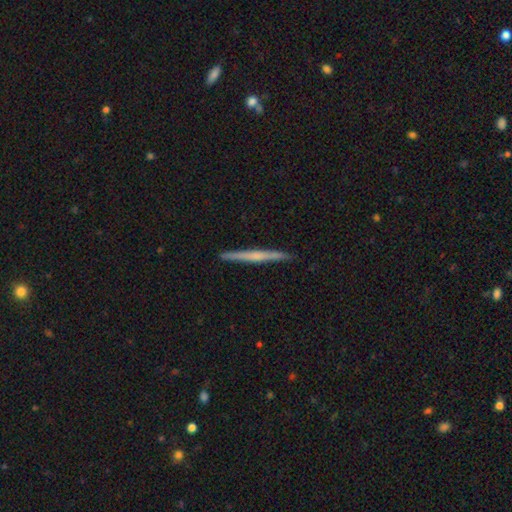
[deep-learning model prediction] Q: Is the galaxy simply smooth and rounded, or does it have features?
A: featured or disk — 58%.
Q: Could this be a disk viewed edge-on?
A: yes — 98%.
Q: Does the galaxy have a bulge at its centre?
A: none — 57%.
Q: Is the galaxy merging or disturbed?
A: none — 93%.